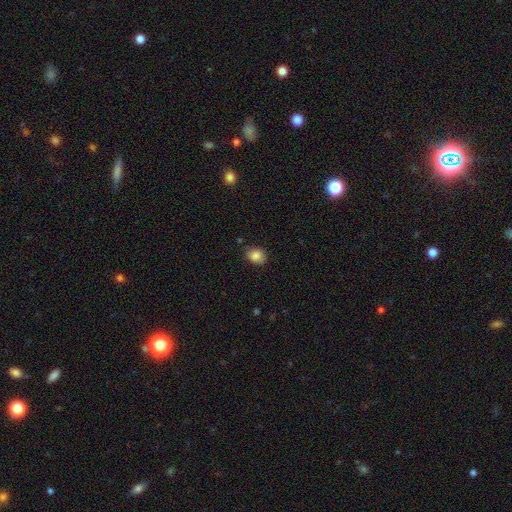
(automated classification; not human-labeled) Overall: smooth (85%). How rounded: round (51%; in between 48%). Merging: none (77%).